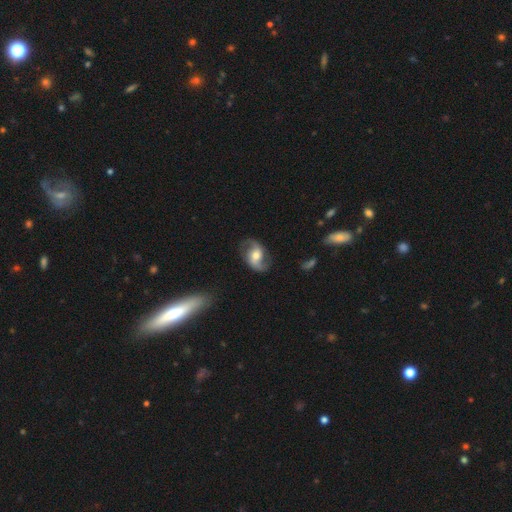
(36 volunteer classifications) Smooth or featured: featured or disk — 81% (smooth — 17%)
Edge-on disk: no — 97% (yes — 3%)
Bar: no — 68% (weak — 21%)
Spiral arms: yes — 93% (no — 7%)
Spiral winding: loose — 58% (medium — 31%)
Spiral arm count: 2 — 96% (1 — 4%)
Bulge size: moderate — 71% (small — 29%)
Merging: none — 86% (minor disturbance — 11%)